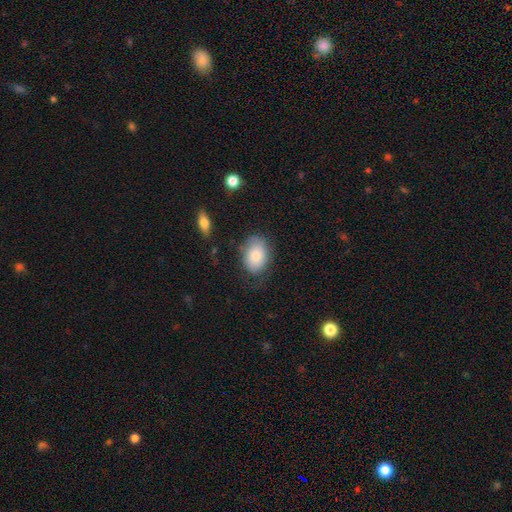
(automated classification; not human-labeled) This appears to be a smooth galaxy with no disk features (78%) that is in between round and cigar-shaped (78%). Merging: none (67%).